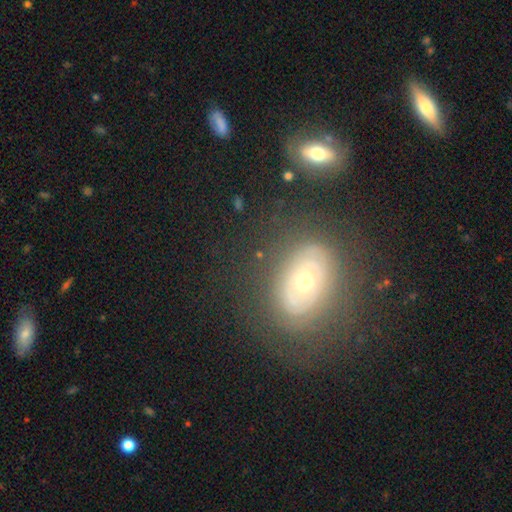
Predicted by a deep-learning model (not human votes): smooth-or-featured: featured or disk: 44% | smooth: 42% | star or artifact: 14%
  merging: none: 74% | minor disturbance: 14% | major disturbance: 9% | merger: 4%